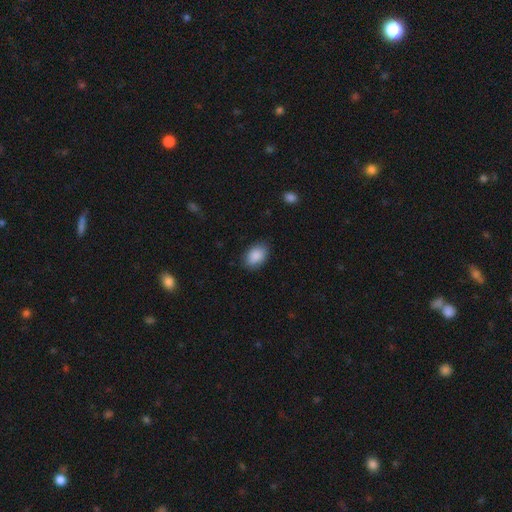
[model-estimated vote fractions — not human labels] Smooth or featured: smooth — 89% (star or artifact — 7%)
How rounded: in between — 86% (round — 13%)
Merging: none — 83% (minor disturbance — 13%)